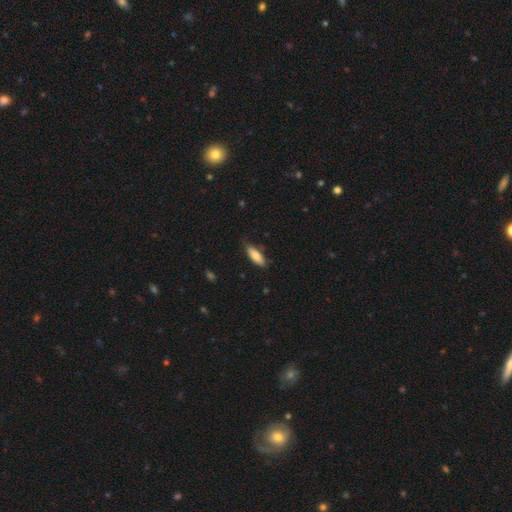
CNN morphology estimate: Q: Smooth or featured?
A: smooth (80%); runner-up: featured or disk (14%)
Q: How rounded?
A: in between (62%); runner-up: cigar-shaped (37%)
Q: Merging?
A: none (75%); runner-up: minor disturbance (20%)